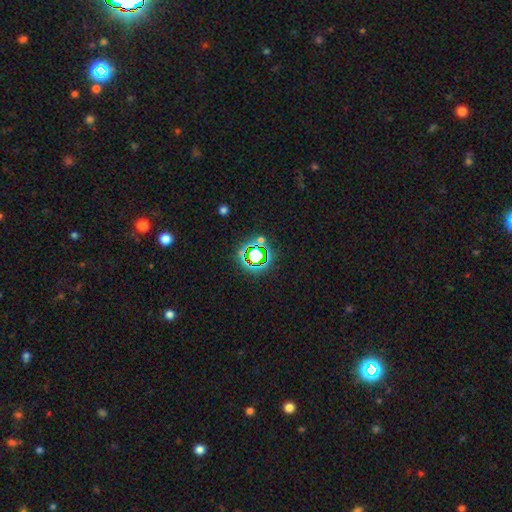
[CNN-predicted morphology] smooth_or_featured: star or artifact (p=0.68) [alt: smooth p=0.21]